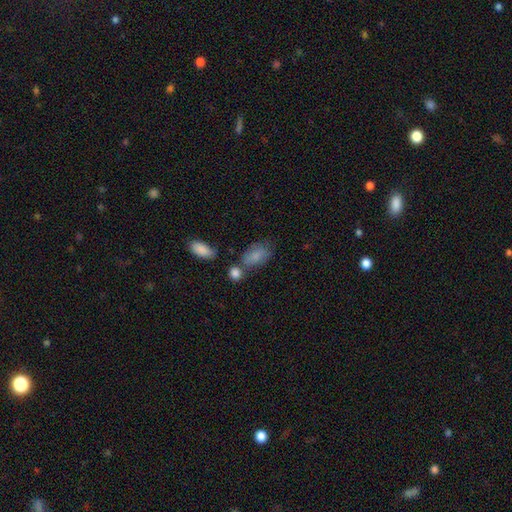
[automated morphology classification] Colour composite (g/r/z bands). It shows a smooth galaxy with no disk features (79%) that is in between round and cigar-shaped (87%). Merging: none (47%).